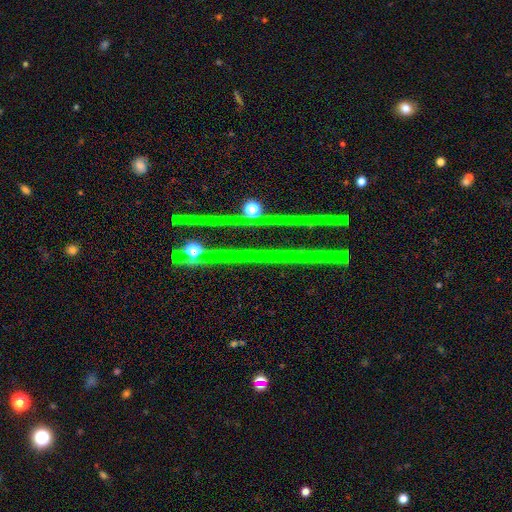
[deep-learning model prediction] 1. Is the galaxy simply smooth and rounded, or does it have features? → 77% star or artifact, 17% featured or disk, 7% smooth.